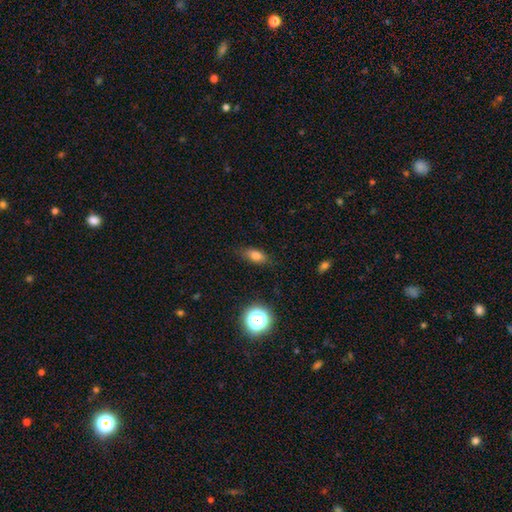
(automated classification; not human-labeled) Smooth or featured: smooth — 75% (featured or disk — 13%)
How rounded: in between — 76% (cigar-shaped — 12%)
Merging: none — 83% (minor disturbance — 13%)